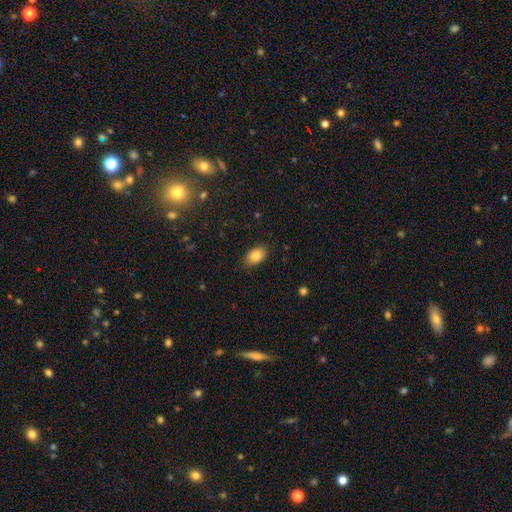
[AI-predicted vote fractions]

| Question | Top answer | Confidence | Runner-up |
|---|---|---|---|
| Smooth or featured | smooth | 85% | star or artifact (8%) |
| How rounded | in between | 86% | round (12%) |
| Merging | none | 83% | minor disturbance (13%) |